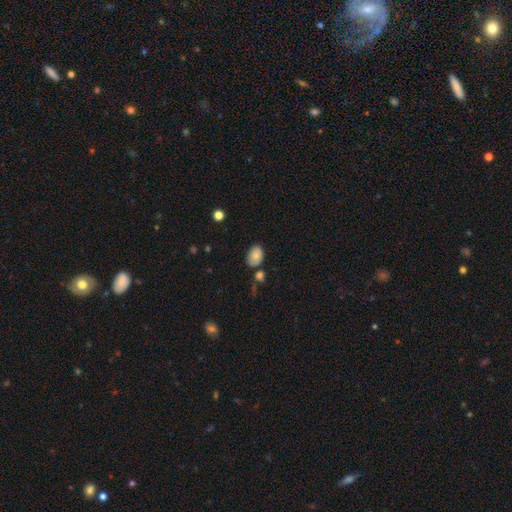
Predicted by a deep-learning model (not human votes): Smooth or featured: smooth — 78% (featured or disk — 13%)
How rounded: in between — 81% (round — 18%)
Merging: none — 68% (minor disturbance — 18%)